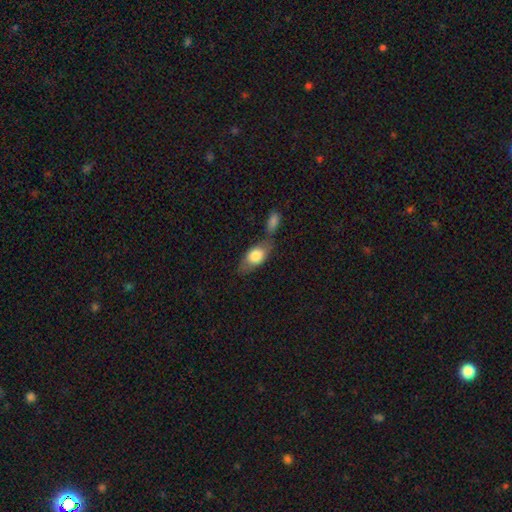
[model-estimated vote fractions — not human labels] Morphology: type=smooth (74%); roundness=in between (83%); merging=none (42%).